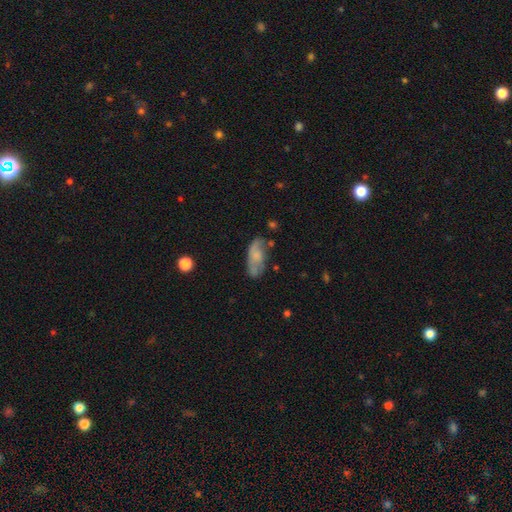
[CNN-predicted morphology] This appears to be a smooth galaxy with no disk features (58%) that is in between round and cigar-shaped (80%). Merging: none (55%).